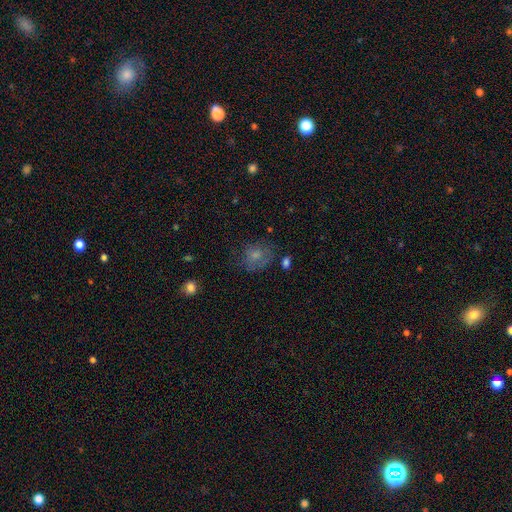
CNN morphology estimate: smooth 66%, featured or disk 21%, star or artifact 13%. Down the decision tree: how rounded — round (59%); merging — none (57%).